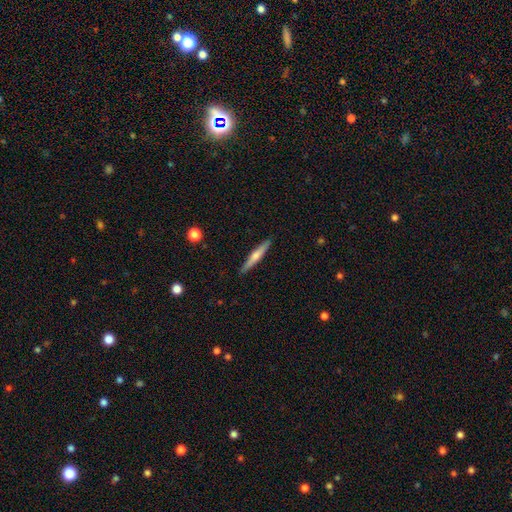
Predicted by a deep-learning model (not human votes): Overall: featured or disk (49%; smooth 46%). Merging: none (90%).